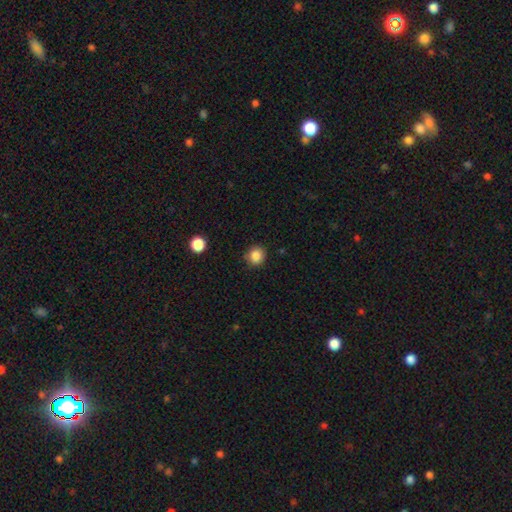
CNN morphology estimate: Smooth or featured? smooth (86%)
How rounded? round (85%)
Merging? none (87%)